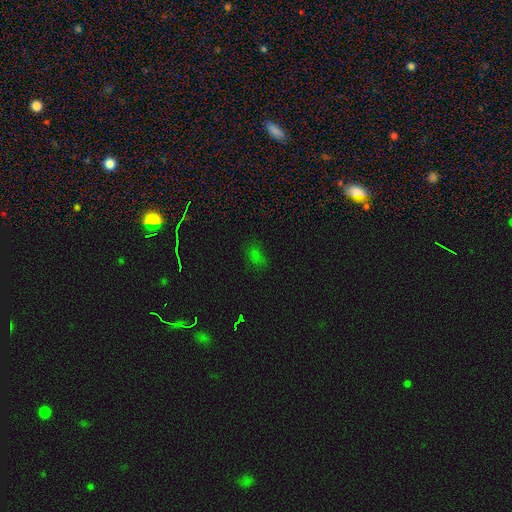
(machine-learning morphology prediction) Smooth or featured: smooth — 62% (star or artifact — 30%)
How rounded: in between — 81% (round — 16%)
Merging: none — 69% (minor disturbance — 21%)